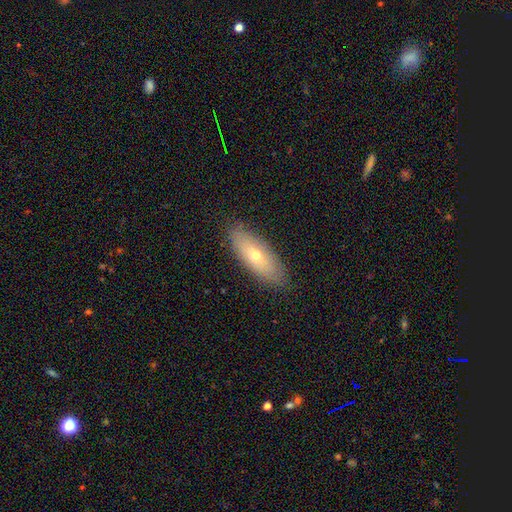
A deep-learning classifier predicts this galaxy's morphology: The model was most divided on "smooth or featured": smooth: 59%, featured or disk: 33%, star or artifact: 8%. More confident: merging — none (87%); how rounded — in between (65%).